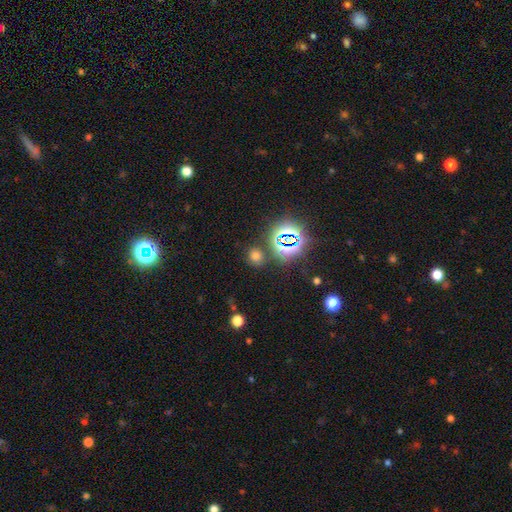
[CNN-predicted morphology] smooth-or-featured: smooth: 61% | star or artifact: 33% | featured or disk: 6%
  how-rounded: round: 69% | in between: 30% | cigar-shaped: 1%
  merging: none: 81% | minor disturbance: 10% | merger: 5% | major disturbance: 4%